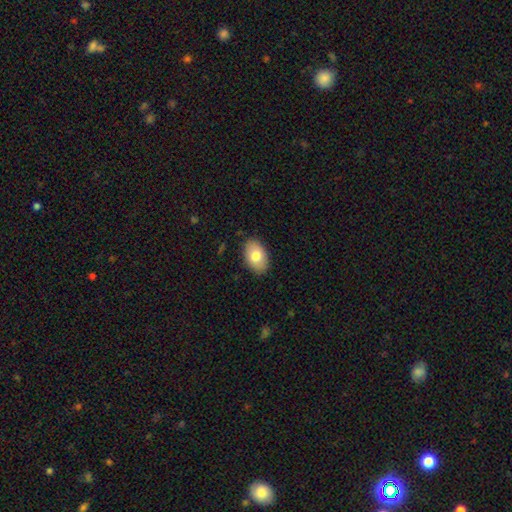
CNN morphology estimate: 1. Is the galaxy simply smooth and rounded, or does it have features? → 78% smooth, 16% featured or disk, 7% star or artifact.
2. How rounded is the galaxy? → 90% in between, 9% round, 1% cigar-shaped.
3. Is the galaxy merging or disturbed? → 87% none, 10% minor disturbance, 2% major disturbance, 1% merger.